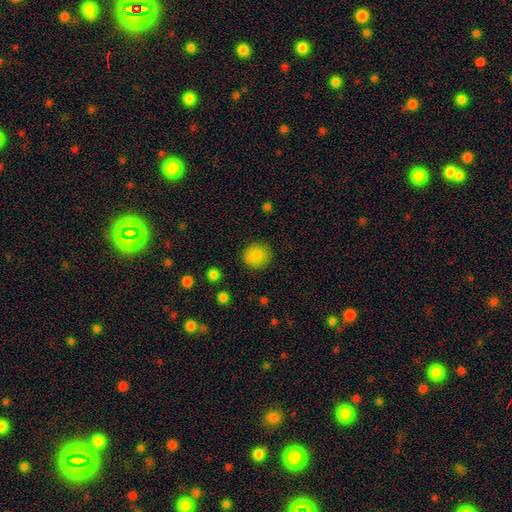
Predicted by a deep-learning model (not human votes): This appears to be a smooth galaxy with no disk features (86%) that is round (85%). Merging: none (86%).